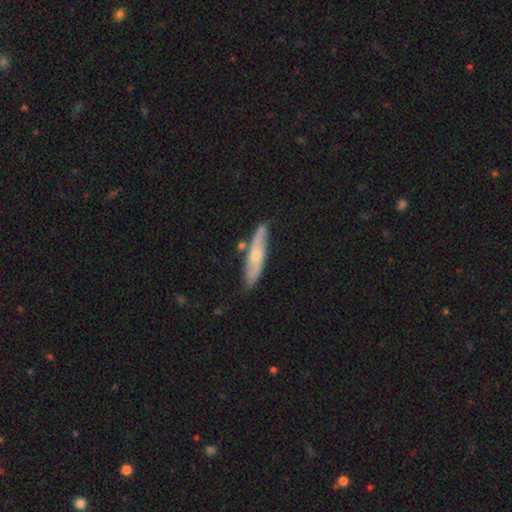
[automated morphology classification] smooth-or-featured: featured or disk: 54% | smooth: 40% | star or artifact: 6%
  disk-edge-on: yes: 57% | no: 43%
  merging: none: 72% | minor disturbance: 19% | merger: 6% | major disturbance: 4%